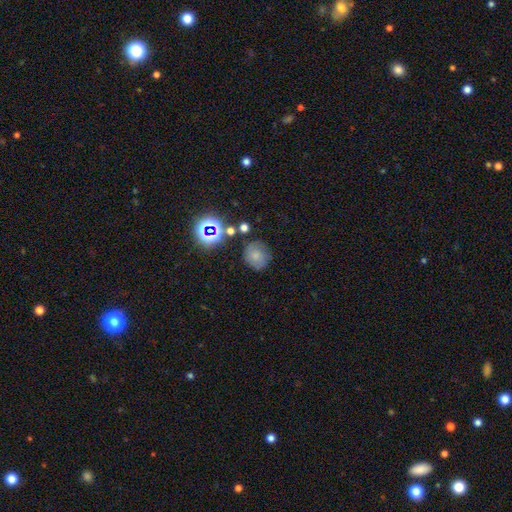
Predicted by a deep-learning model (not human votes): Overall: smooth (69%). How rounded: round (82%). Merging: none (73%).